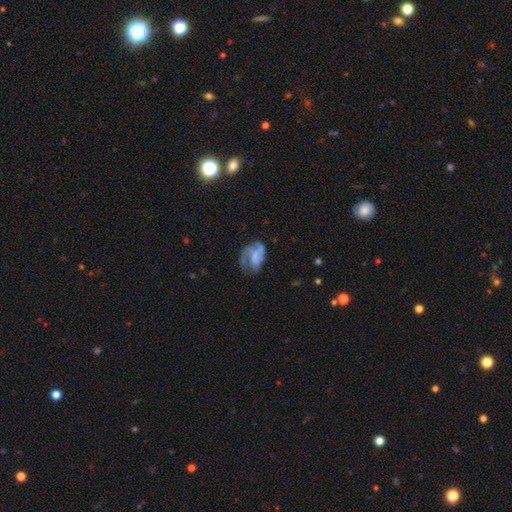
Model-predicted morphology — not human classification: type=featured or disk (55%); edge-on=no (97%); bar=no (63%); spiral arms=yes (74%); bulge=none (48%); merging=none (39%).